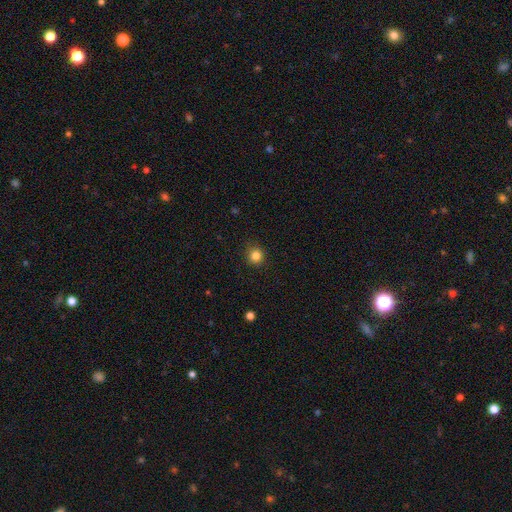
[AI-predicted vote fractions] Smooth or featured? Predicted: smooth (p=0.84). How rounded? Predicted: round (p=0.91). Merging? Predicted: none (p=0.89).